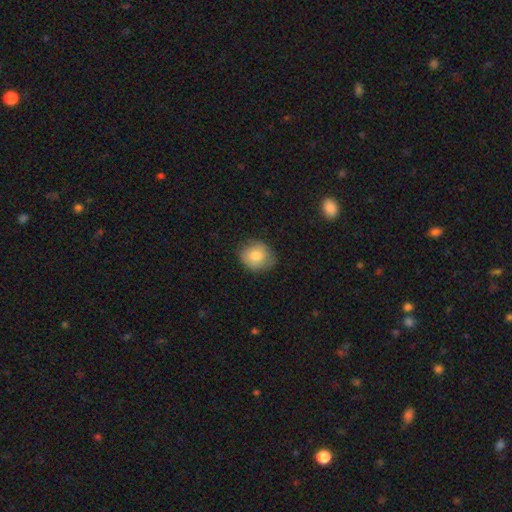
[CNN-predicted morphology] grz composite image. It shows a smooth galaxy with no disk features (78%) that is round (73%). Merging: none (75%).